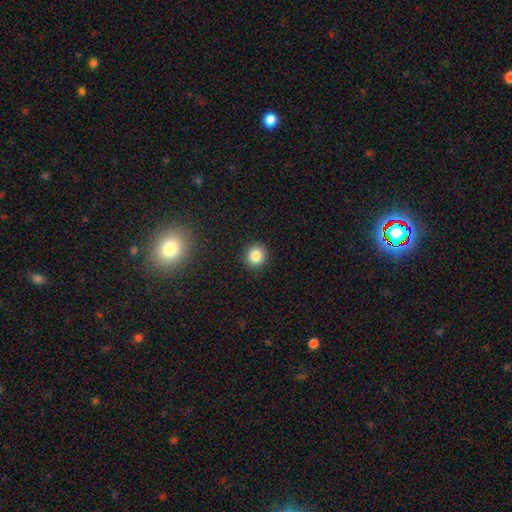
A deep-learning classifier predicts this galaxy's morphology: Smooth or featured: smooth — 84% (star or artifact — 11%)
How rounded: round — 84% (in between — 15%)
Merging: none — 91% (minor disturbance — 6%)